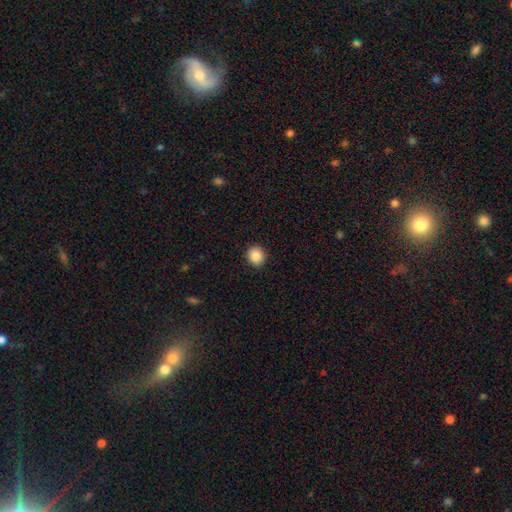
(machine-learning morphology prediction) The model was most divided on "smooth or featured": smooth: 89%, star or artifact: 9%, featured or disk: 3%. More confident: merging — none (93%); how rounded — round (90%).